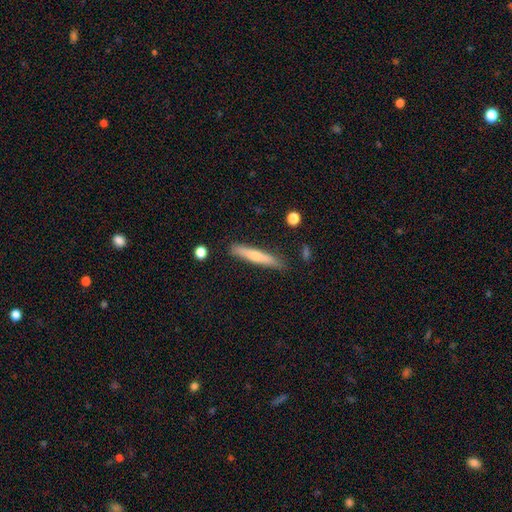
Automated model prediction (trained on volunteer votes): Q: Smooth or featured?
A: smooth (63%); runner-up: featured or disk (31%)
Q: How rounded?
A: cigar-shaped (93%); runner-up: in between (6%)
Q: Merging?
A: none (84%); runner-up: minor disturbance (12%)